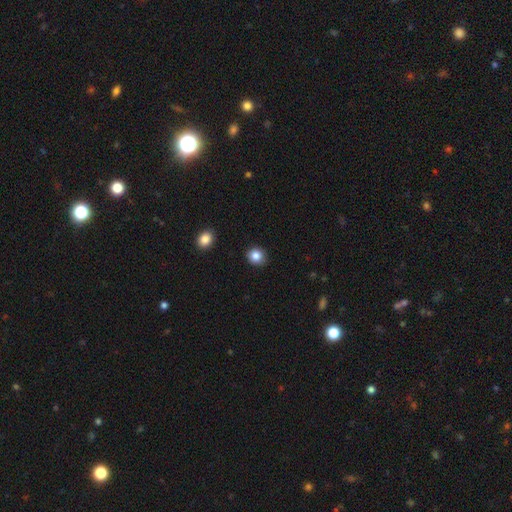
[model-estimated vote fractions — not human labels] Overall: smooth (85%). How rounded: round (83%). Merging: none (90%).